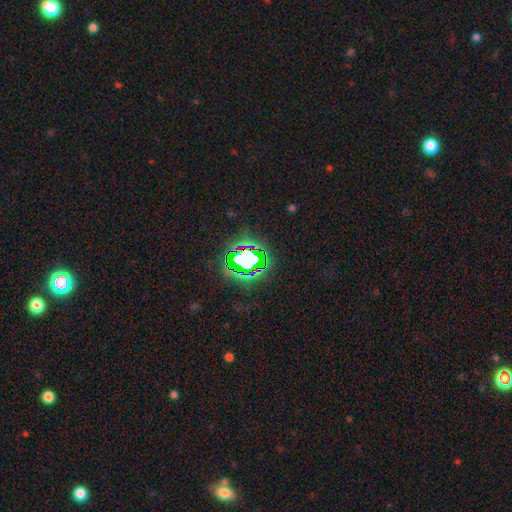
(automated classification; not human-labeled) smooth_or_featured: star or artifact (p=0.73) [alt: smooth p=0.15]